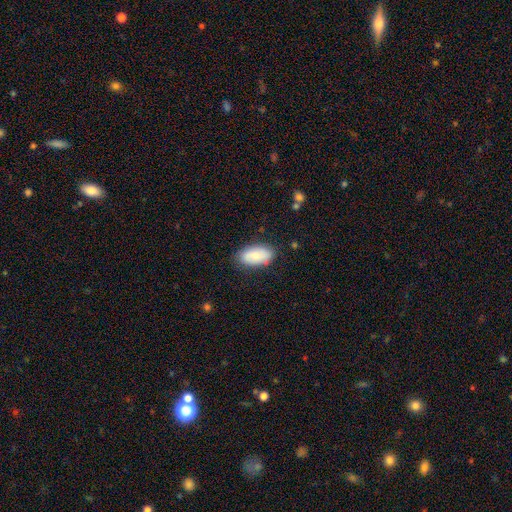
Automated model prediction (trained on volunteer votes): Morphology: type=smooth (75%); roundness=in between (94%); merging=none (80%).